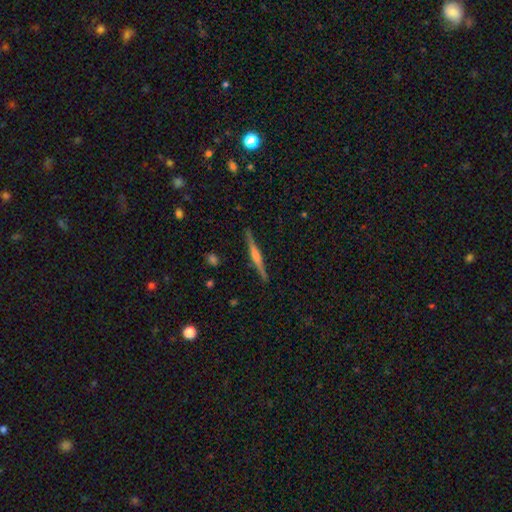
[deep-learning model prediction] smooth_or_featured: featured or disk (p=0.67) [alt: smooth p=0.27]
disk_edge_on: yes (p=0.98) [alt: no p=0.02]
edge_on_bulge: rounded (p=0.53) [alt: boxy p=0.27]
merging: none (p=0.90) [alt: minor disturbance p=0.07]